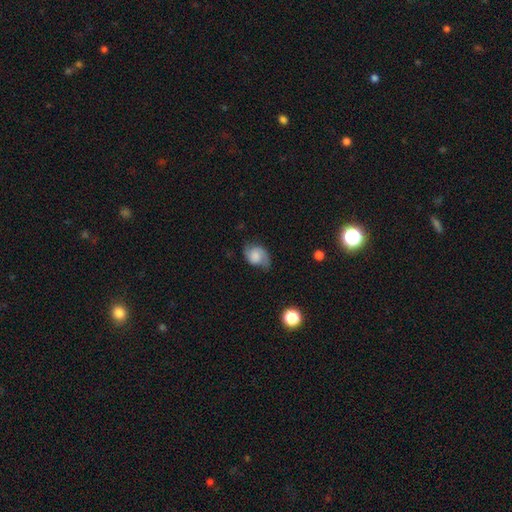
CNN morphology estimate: smooth_or_featured: featured or disk (p=0.53) [alt: smooth p=0.38]
disk_edge_on: no (p=0.97) [alt: yes p=0.03]
bar: no (p=0.63) [alt: weak p=0.31]
has_spiral_arms: yes (p=0.91) [alt: no p=0.09]
bulge_size: none (p=0.30) [alt: small p=0.23]
merging: none (p=0.60) [alt: minor disturbance p=0.27]